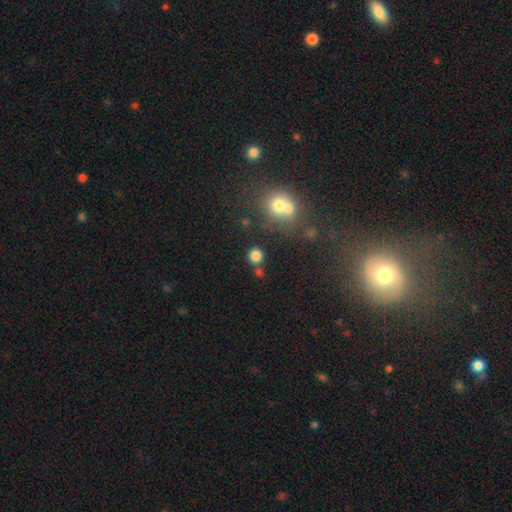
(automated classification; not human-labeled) smooth 81%, star or artifact 14%, featured or disk 5%. Down the decision tree: how rounded — round (90%); merging — none (74%).